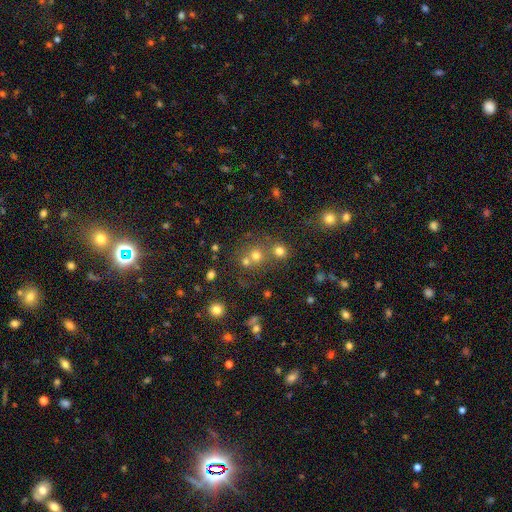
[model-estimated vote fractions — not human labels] Smooth or featured?
  - smooth: 67% *
  - star or artifact: 21%
  - featured or disk: 12%
How rounded?
  - round: 86% *
  - in between: 13%
  - cigar-shaped: 1%
Merging?
  - none: 53% *
  - merger: 36%
  - minor disturbance: 7%
  - major disturbance: 4%